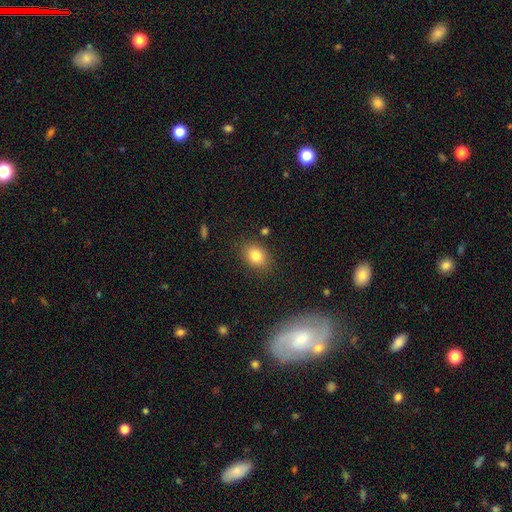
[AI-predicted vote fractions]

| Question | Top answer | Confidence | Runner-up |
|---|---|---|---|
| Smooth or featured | smooth | 81% | star or artifact (10%) |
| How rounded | in between | 64% | round (35%) |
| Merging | none | 84% | minor disturbance (11%) |